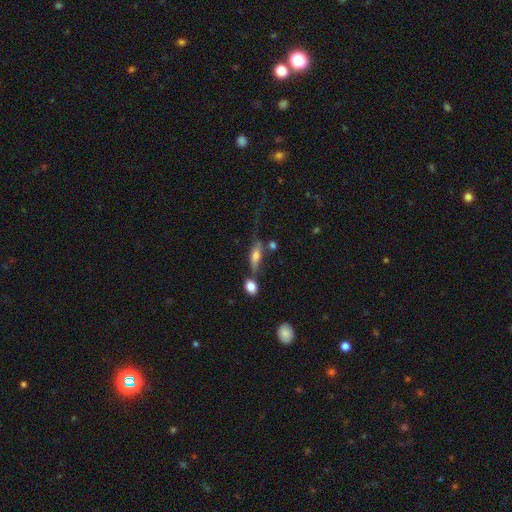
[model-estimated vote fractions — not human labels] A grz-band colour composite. It shows a smooth galaxy with no disk features (51%) that is in between round and cigar-shaped (53%). Merging: none (47%).